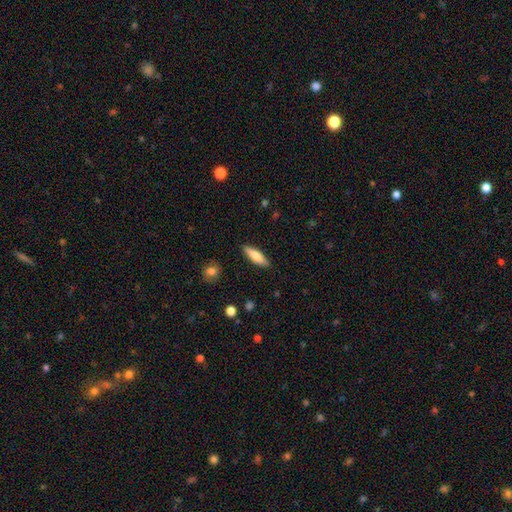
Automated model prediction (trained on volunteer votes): smooth_or_featured: smooth (p=0.75) [alt: featured or disk p=0.19]
how_rounded: cigar-shaped (p=0.58) [alt: in between p=0.40]
merging: none (p=0.88) [alt: minor disturbance p=0.08]